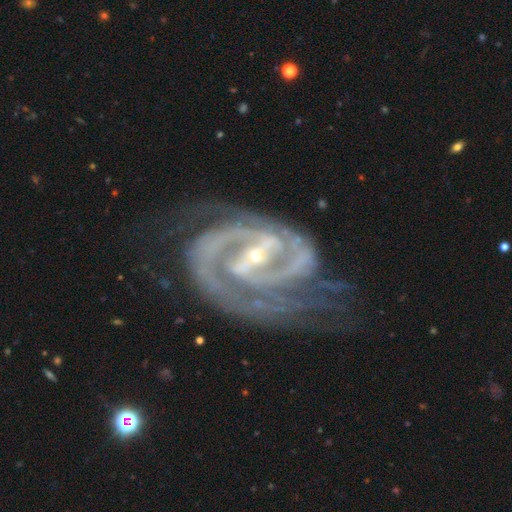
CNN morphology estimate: type=featured or disk (93%); edge-on=no (97%); bar=strong (53%); spiral arms=yes (98%); winding=tight (50%); arm count=2 (79%); bulge=small (78%); merging=none (55%).